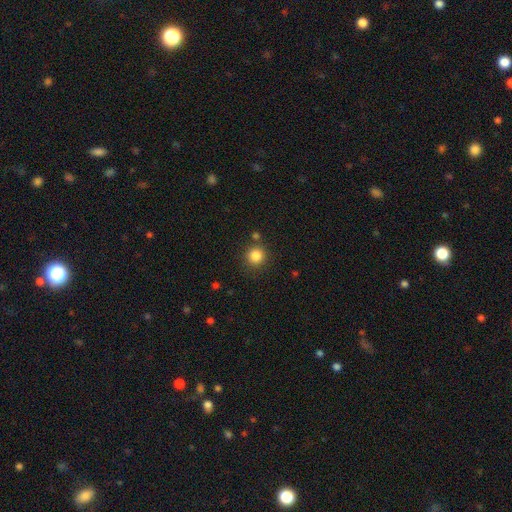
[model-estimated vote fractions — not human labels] The model was most divided on "smooth or featured": smooth: 85%, star or artifact: 11%, featured or disk: 4%. More confident: how rounded — round (93%); merging — none (82%).